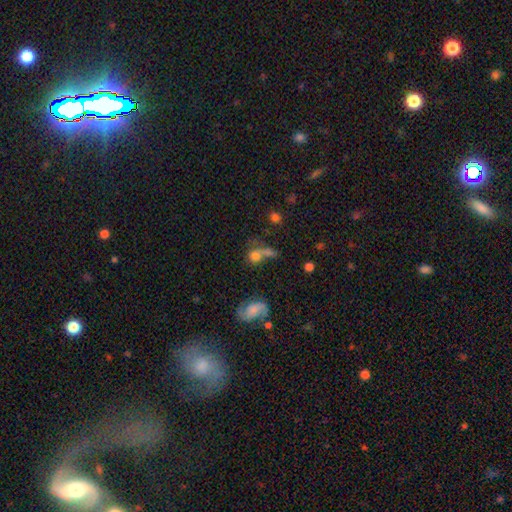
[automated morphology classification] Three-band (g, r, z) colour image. It shows a smooth galaxy with no disk features (69%) that is round (65%). Merging: merger (37%, tied with none).